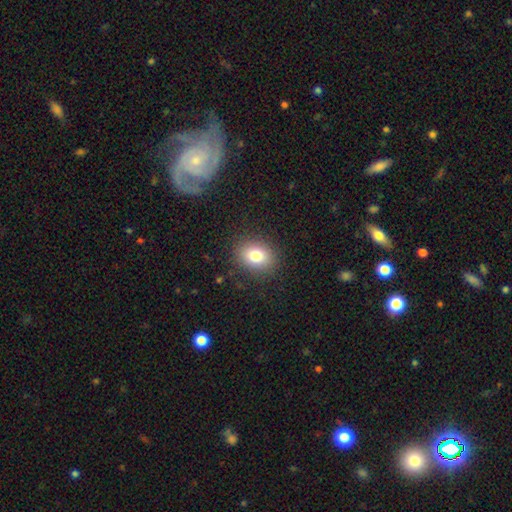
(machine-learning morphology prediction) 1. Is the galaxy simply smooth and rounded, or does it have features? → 80% smooth, 11% star or artifact, 10% featured or disk.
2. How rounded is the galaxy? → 55% in between, 44% round, 1% cigar-shaped.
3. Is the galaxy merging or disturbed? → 87% none, 9% minor disturbance, 3% major disturbance, 1% merger.